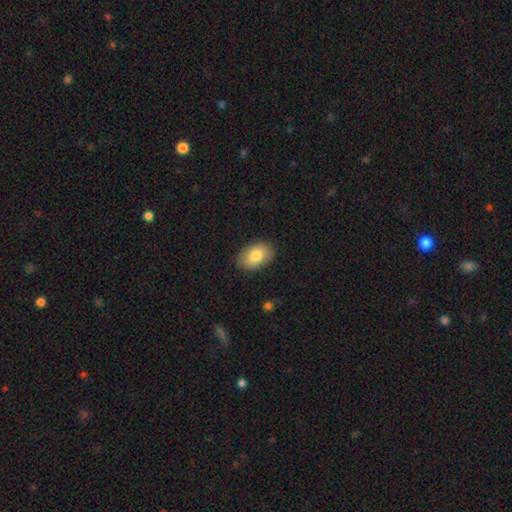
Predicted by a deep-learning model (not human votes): Overall: smooth (82%). How rounded: in between (90%). Merging: none (88%).